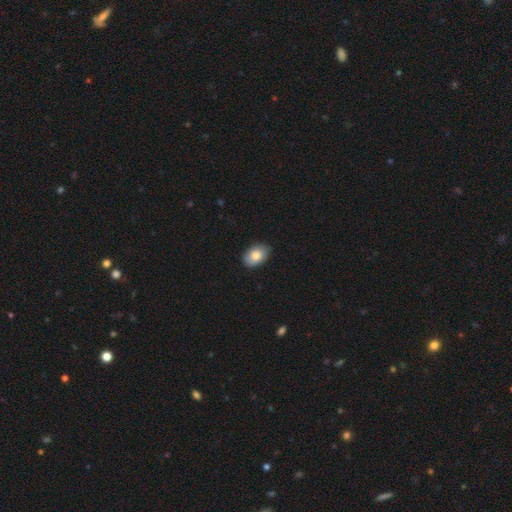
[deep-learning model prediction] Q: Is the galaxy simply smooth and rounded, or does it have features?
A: smooth — 83%.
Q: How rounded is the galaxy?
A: in between — 88%.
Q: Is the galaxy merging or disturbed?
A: none — 86%.